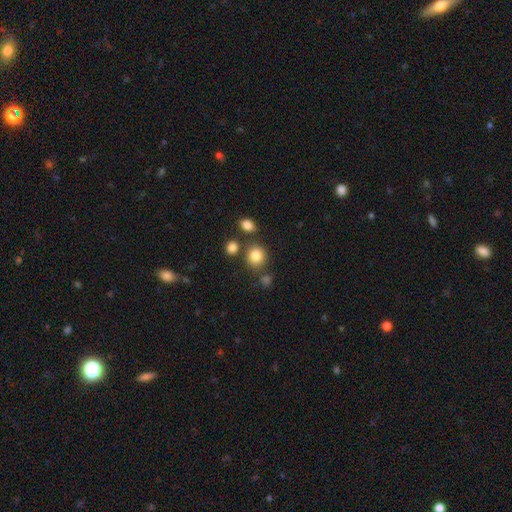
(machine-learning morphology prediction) Smooth or featured? smooth (83%)
How rounded? round (81%)
Merging? none (75%)